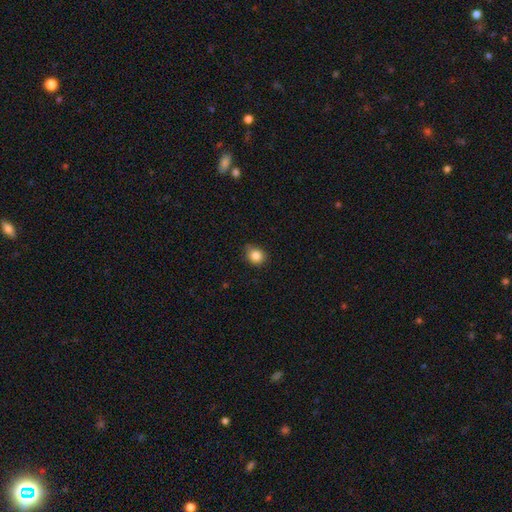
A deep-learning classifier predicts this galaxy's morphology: Smooth or featured? smooth (85%)
How rounded? round (71%)
Merging? none (77%)